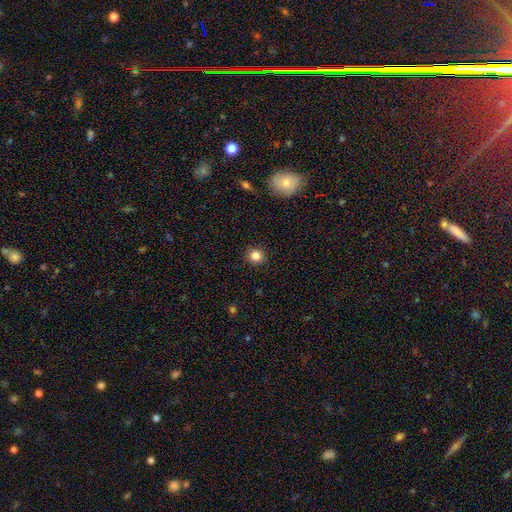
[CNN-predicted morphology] Smooth or featured? Predicted: smooth (p=0.84). How rounded? Predicted: round (p=0.89). Merging? Predicted: none (p=0.92).